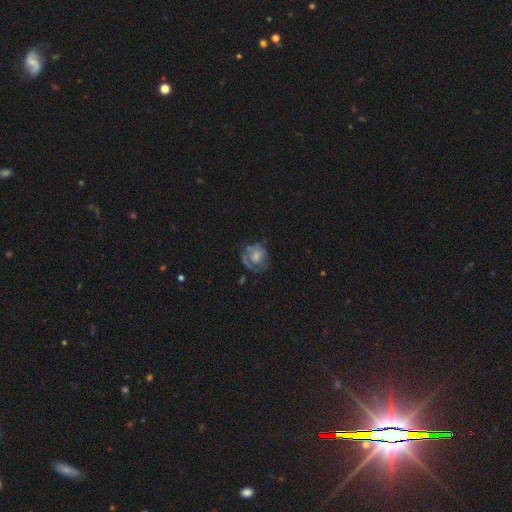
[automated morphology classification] smooth_or_featured: featured or disk (p=0.49) [alt: smooth p=0.42]
merging: none (p=0.47) [alt: minor disturbance p=0.25]